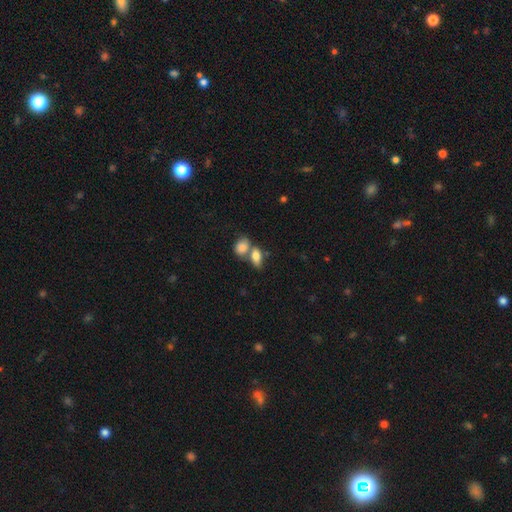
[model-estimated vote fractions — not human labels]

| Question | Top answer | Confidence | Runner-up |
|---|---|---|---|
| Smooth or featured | smooth | 81% | featured or disk (11%) |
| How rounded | in between | 84% | round (11%) |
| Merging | merger | 54% | none (31%) |